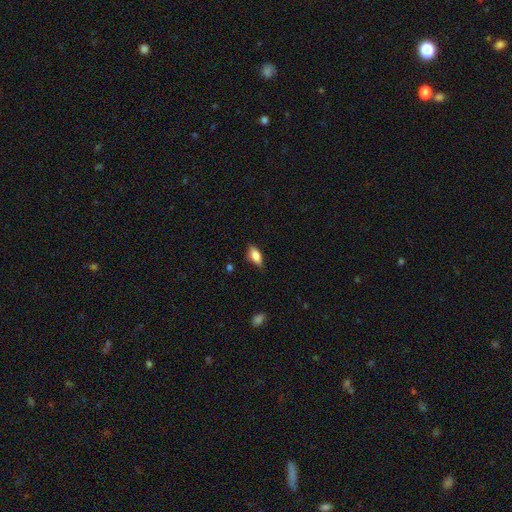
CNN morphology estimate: Overall: smooth (79%). How rounded: in between (82%). Merging: none (75%).